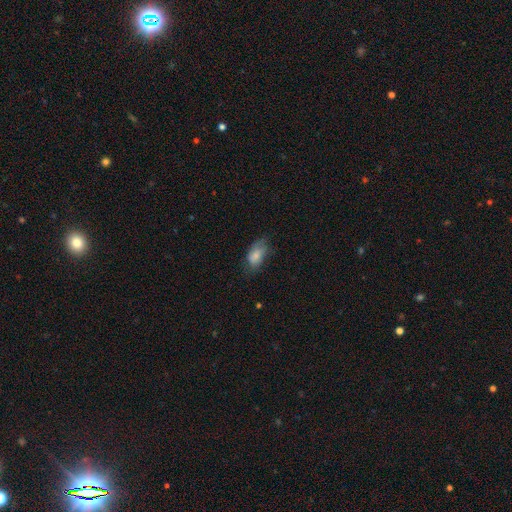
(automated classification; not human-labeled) This is likely a smooth galaxy (74%). How rounded: clearly in between (91%). Merging: possibly none (51%).